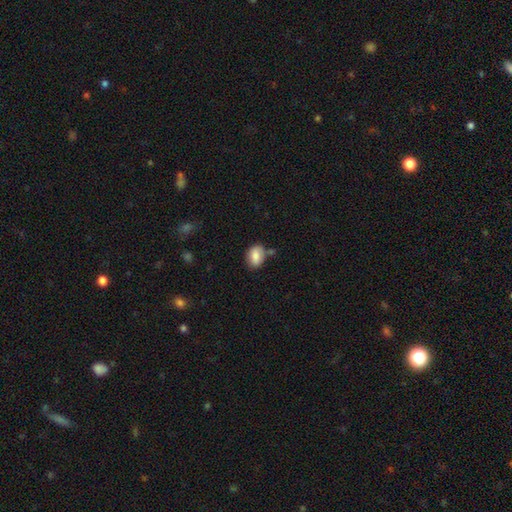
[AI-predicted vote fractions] This appears to be a smooth galaxy with no disk features (83%) that is in between round and cigar-shaped (76%). Merging: none (64%).